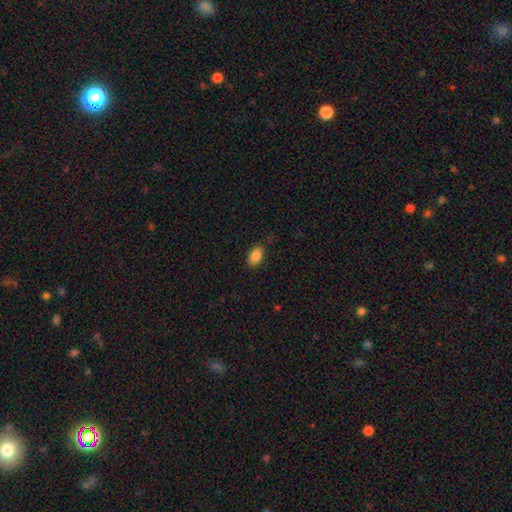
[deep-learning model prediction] smooth 87%, star or artifact 8%, featured or disk 5%. Down the decision tree: how rounded — in between (91%); merging — none (79%).